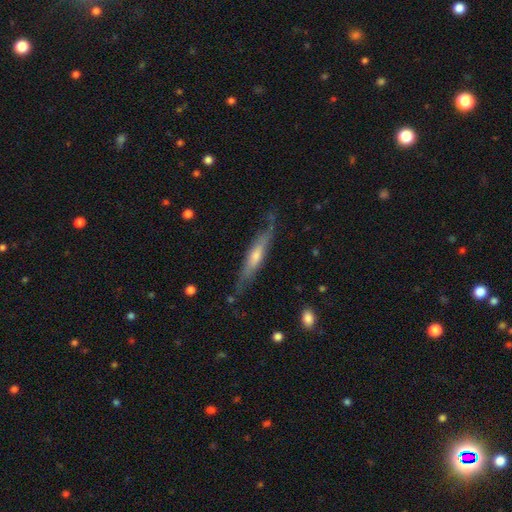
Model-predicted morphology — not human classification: This appears to be a featured or disk galaxy (59%) viewed edge-on (79%). Merging: none (70%).